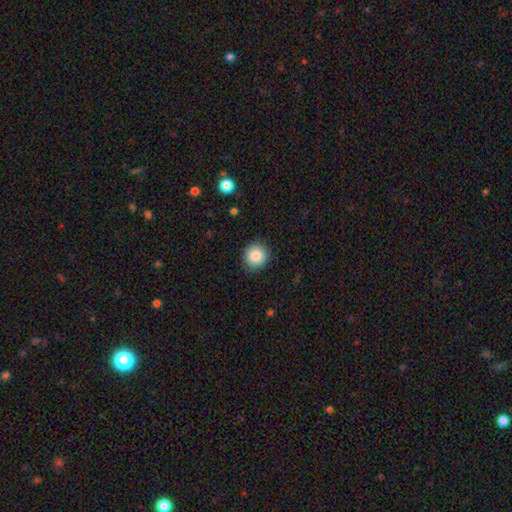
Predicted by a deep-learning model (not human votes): Smooth or featured? Predicted: smooth (p=0.86). How rounded? Predicted: round (p=0.91). Merging? Predicted: none (p=0.89).